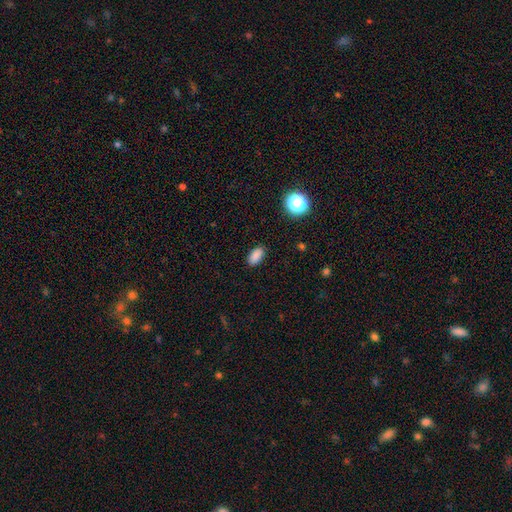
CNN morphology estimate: The model was most divided on "smooth or featured": smooth: 86%, star or artifact: 11%, featured or disk: 3%. More confident: how rounded — in between (91%); merging — none (88%).